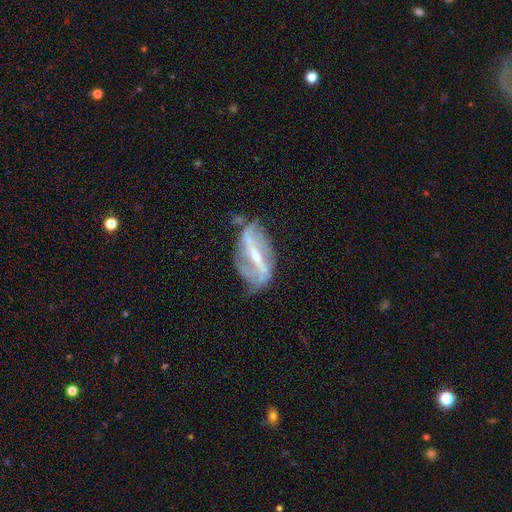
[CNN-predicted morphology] Smooth or featured? Predicted: featured or disk (p=0.84). Edge-on disk? Predicted: no (p=0.86). Bar? Predicted: strong (p=0.75). Spiral arms? Predicted: yes (p=0.79). Spiral winding? Predicted: loose (p=0.57). Spiral arm count? Predicted: 2 (p=0.77). Bulge size? Predicted: small (p=0.55). Merging? Predicted: none (p=0.51).